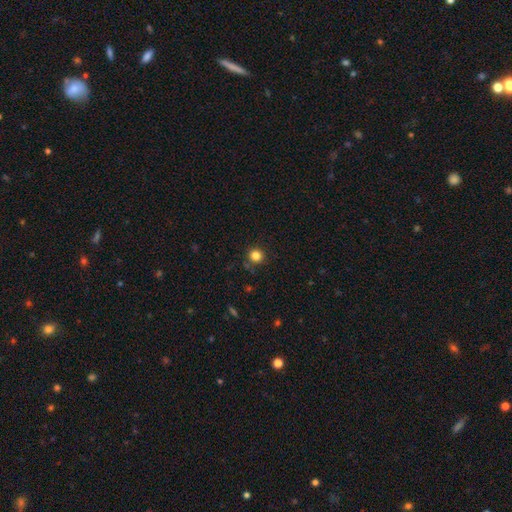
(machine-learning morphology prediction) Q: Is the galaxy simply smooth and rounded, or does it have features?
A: smooth — 83%.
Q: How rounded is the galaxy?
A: round — 93%.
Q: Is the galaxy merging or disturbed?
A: none — 85%.